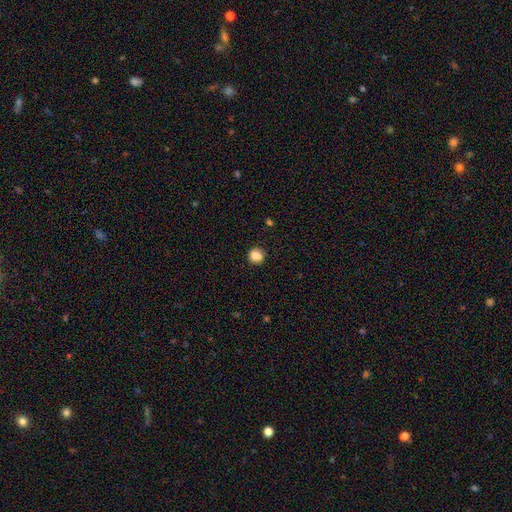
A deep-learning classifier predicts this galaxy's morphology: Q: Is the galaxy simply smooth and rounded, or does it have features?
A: smooth — 84%.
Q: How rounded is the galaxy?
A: round — 82%.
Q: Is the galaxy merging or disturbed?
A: none — 77%.